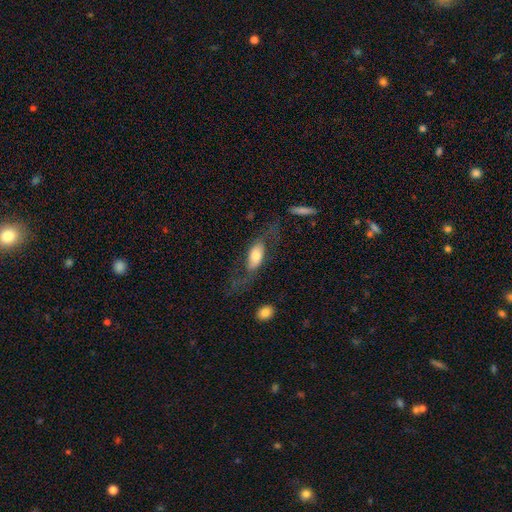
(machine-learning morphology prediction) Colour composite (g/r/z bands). It shows a smooth galaxy with no disk features (53%) that is in between round and cigar-shaped (78%). Merging: none (48%).